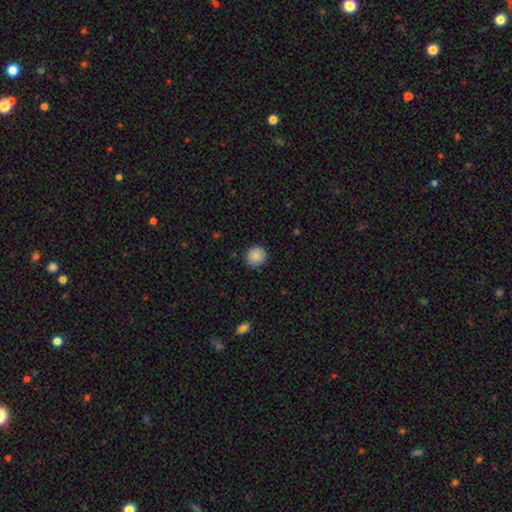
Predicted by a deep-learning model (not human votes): Smooth or featured: smooth — 87% (star or artifact — 8%)
How rounded: round — 93% (in between — 6%)
Merging: none — 90% (minor disturbance — 7%)